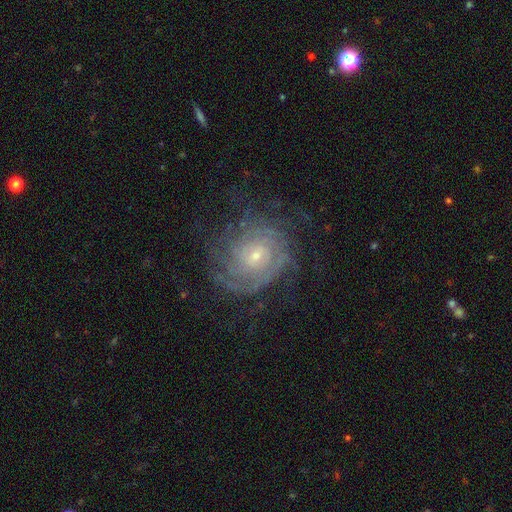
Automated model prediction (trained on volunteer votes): Smooth or featured: featured or disk — 83% (smooth — 9%)
Edge-on disk: no — 97% (yes — 3%)
Bar: no — 68% (weak — 26%)
Spiral arms: yes — 95% (no — 5%)
Spiral winding: tight — 72% (medium — 22%)
Spiral arm count: can't tell — 41% (4 — 15%)
Bulge size: small — 72% (moderate — 24%)
Merging: none — 69% (minor disturbance — 18%)